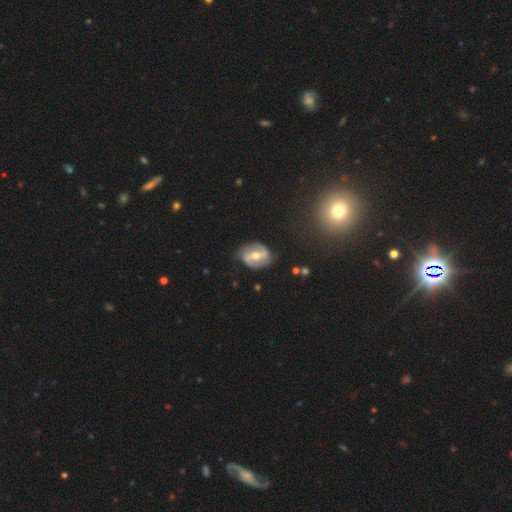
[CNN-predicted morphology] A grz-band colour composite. It shows a featured or disk galaxy (79%) with a strong bar (50%), 2 (90%) medium (40%) spiral arms (86%) and a moderate central bulge (66%). Merging: none (80%).